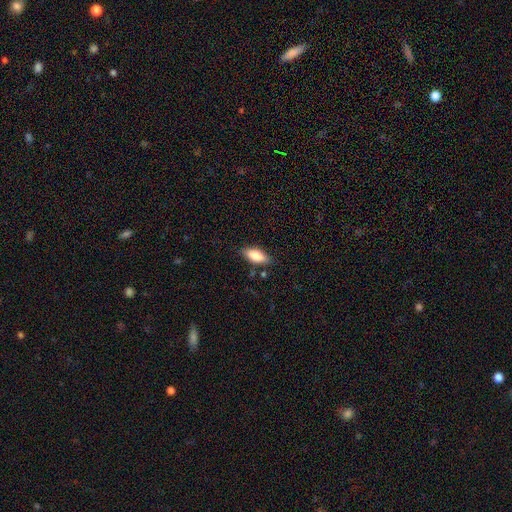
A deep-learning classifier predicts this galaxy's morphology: Q: Smooth or featured?
A: smooth (83%); runner-up: featured or disk (10%)
Q: How rounded?
A: in between (86%); runner-up: cigar-shaped (12%)
Q: Merging?
A: none (81%); runner-up: minor disturbance (14%)